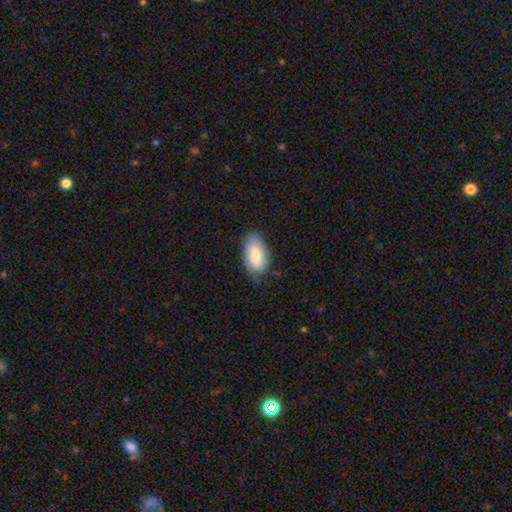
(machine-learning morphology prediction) This is likely a smooth galaxy (77%). How rounded: clearly in between (94%). Merging: likely none (69%).